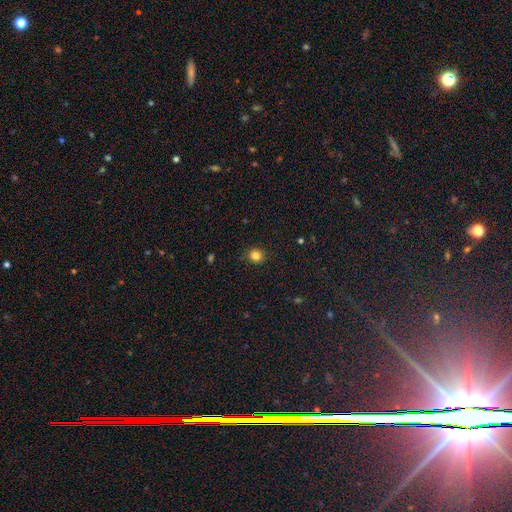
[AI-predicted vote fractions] smooth-or-featured: smooth: 83% | star or artifact: 12% | featured or disk: 4%
  how-rounded: round: 86% | in between: 13% | cigar-shaped: 1%
  merging: none: 88% | minor disturbance: 9% | major disturbance: 2% | merger: 1%